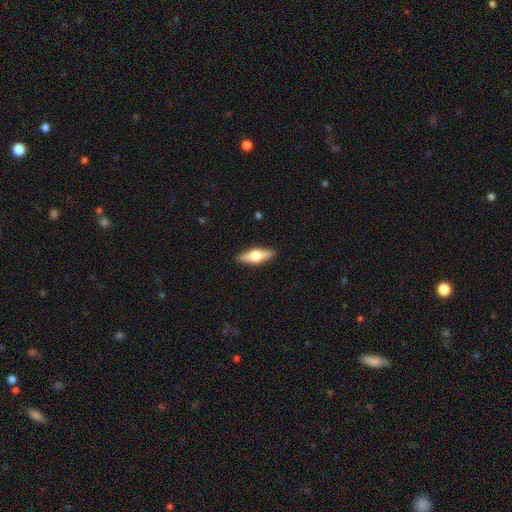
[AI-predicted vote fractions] This appears to be a featured or disk galaxy (51%) viewed edge-on (93%). Merging: none (90%).